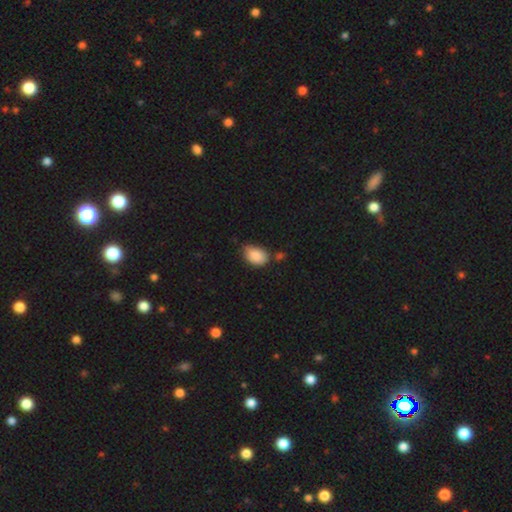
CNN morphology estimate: This appears to be a smooth galaxy with no disk features (87%) that is in between round and cigar-shaped (84%). Merging: none (53%).